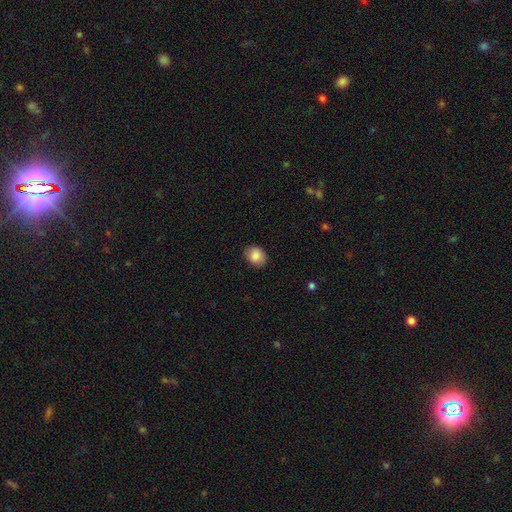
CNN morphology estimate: Smooth or featured: smooth — 87% (star or artifact — 8%)
How rounded: in between — 56% (round — 43%)
Merging: none — 85% (minor disturbance — 11%)